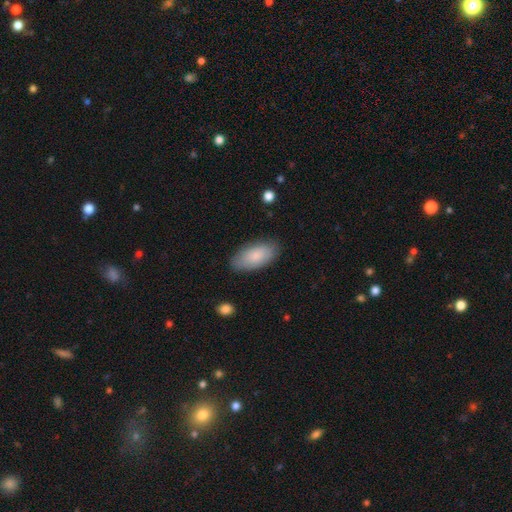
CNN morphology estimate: Overall: smooth (84%). How rounded: in between (92%). Merging: none (83%).